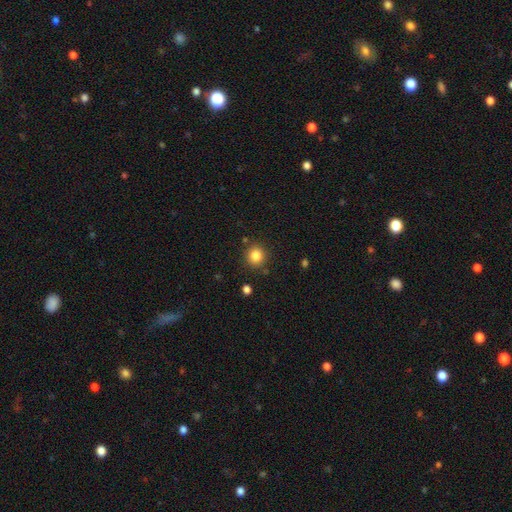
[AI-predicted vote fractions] smooth 84%, star or artifact 11%, featured or disk 5%. Down the decision tree: how rounded — round (89%); merging — none (86%).